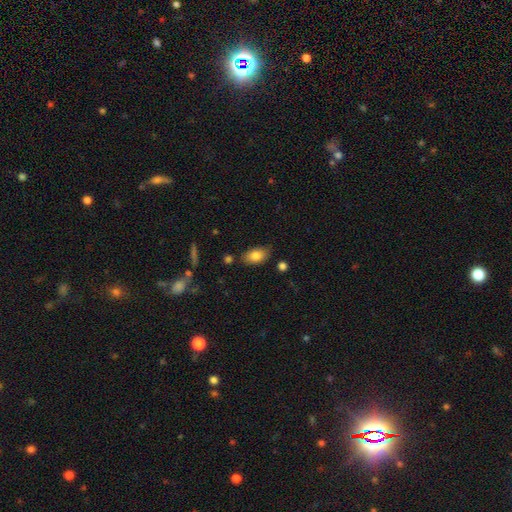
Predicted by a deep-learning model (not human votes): The model was most divided on "merging": none: 79%, minor disturbance: 15%, merger: 3%, major disturbance: 3%. More confident: how rounded — in between (92%); smooth or featured — smooth (83%).